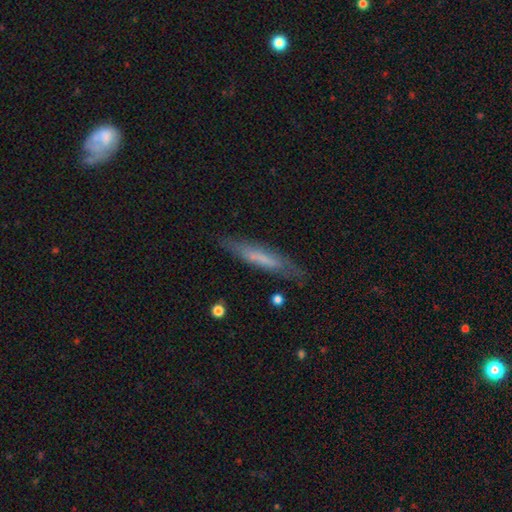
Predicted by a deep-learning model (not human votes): Morphology: type=smooth (53%); roundness=cigar-shaped (89%); merging=none (79%).